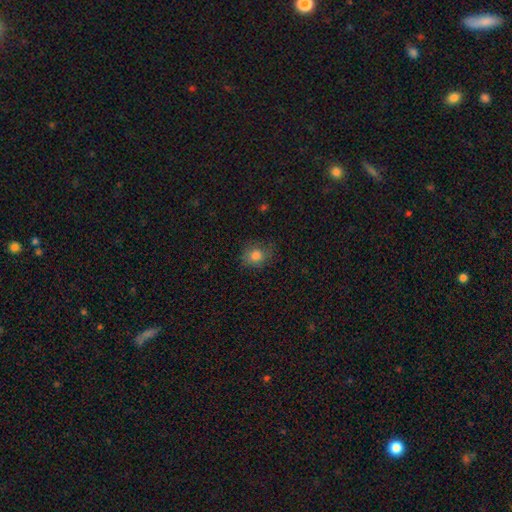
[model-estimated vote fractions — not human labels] Smooth or featured: smooth — 81% (star or artifact — 11%)
How rounded: round — 74% (in between — 25%)
Merging: none — 74% (minor disturbance — 19%)